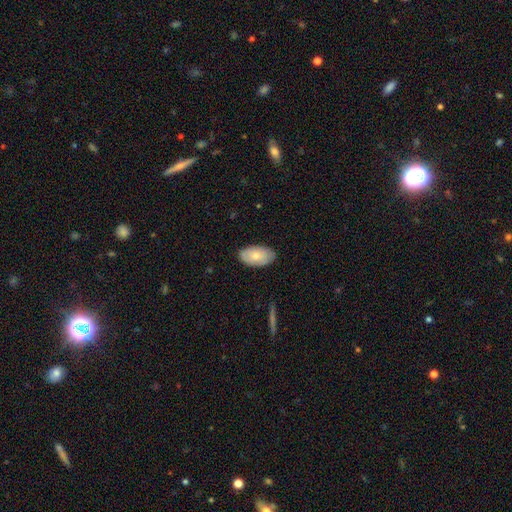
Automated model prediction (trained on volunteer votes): A smooth galaxy with no disk features (73%) that is in between round and cigar-shaped (95%). Merging: none (82%).